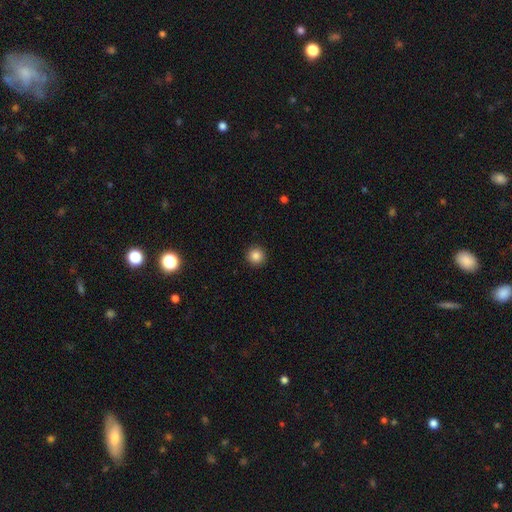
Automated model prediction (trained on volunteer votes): Smooth or featured? Predicted: smooth (p=0.85). How rounded? Predicted: round (p=0.96). Merging? Predicted: none (p=0.93).